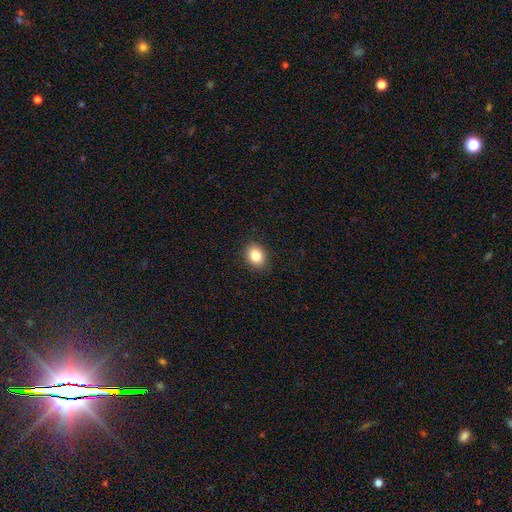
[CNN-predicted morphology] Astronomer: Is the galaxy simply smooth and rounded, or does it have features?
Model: smooth — 85%.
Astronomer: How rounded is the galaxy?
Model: in between — 62% (runner-up: round, 37%).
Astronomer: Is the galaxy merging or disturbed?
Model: none — 90%.